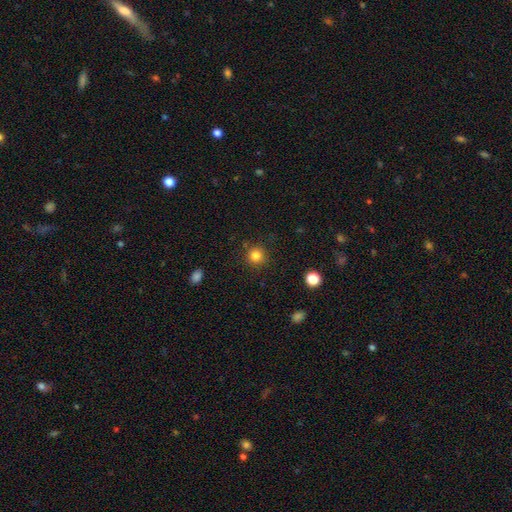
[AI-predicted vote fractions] smooth_or_featured: smooth (p=0.82) [alt: star or artifact p=0.12]
how_rounded: round (p=0.94) [alt: in between p=0.05]
merging: none (p=0.89) [alt: minor disturbance p=0.07]